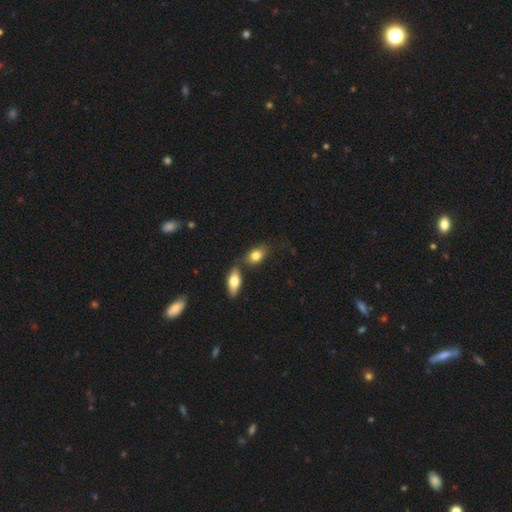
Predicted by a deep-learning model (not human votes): A smooth galaxy with no disk features (80%) that is in between round and cigar-shaped (84%). Merging: none (61%).